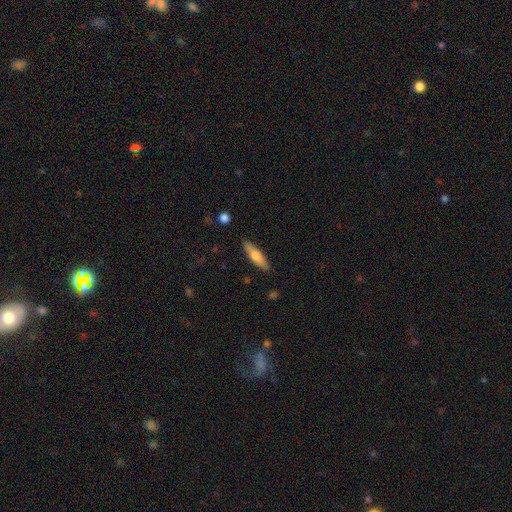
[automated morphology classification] The model was most divided on "smooth or featured": smooth: 58%, featured or disk: 36%, star or artifact: 6%. More confident: merging — none (88%); how rounded — cigar-shaped (70%).